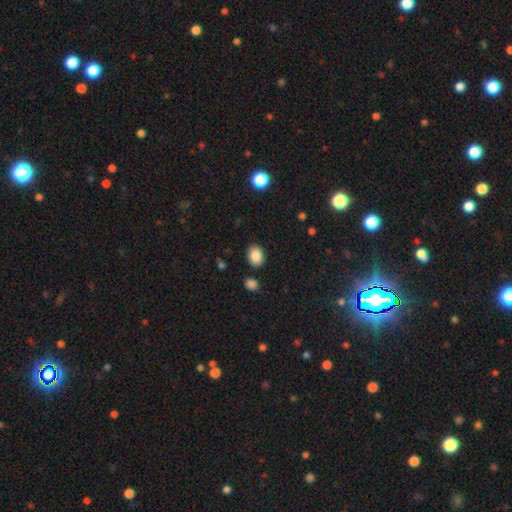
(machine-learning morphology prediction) Smooth or featured? Predicted: smooth (p=0.86). How rounded? Predicted: in between (p=0.69). Merging? Predicted: none (p=0.85).